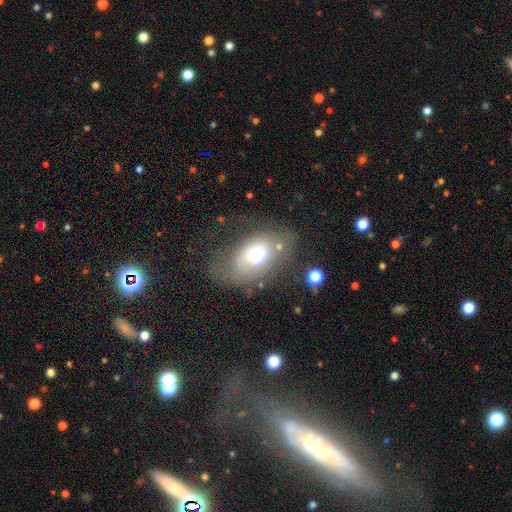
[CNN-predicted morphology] Q: Smooth or featured?
A: smooth (58%); runner-up: featured or disk (32%)
Q: How rounded?
A: in between (84%); runner-up: round (15%)
Q: Merging?
A: none (45%); runner-up: minor disturbance (27%)